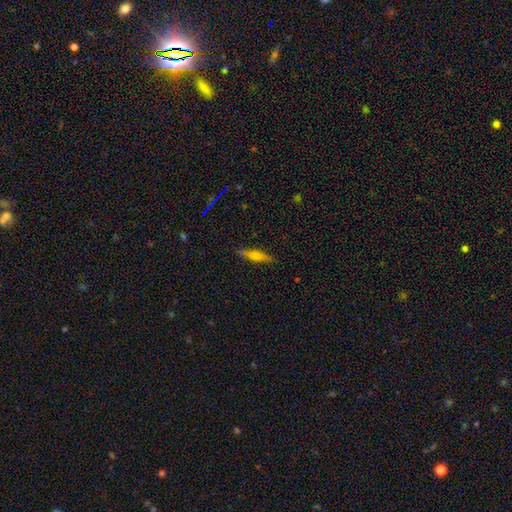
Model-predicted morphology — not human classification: A smooth galaxy with no disk features (51%) that is cigar-shaped (77%). Merging: none (84%).